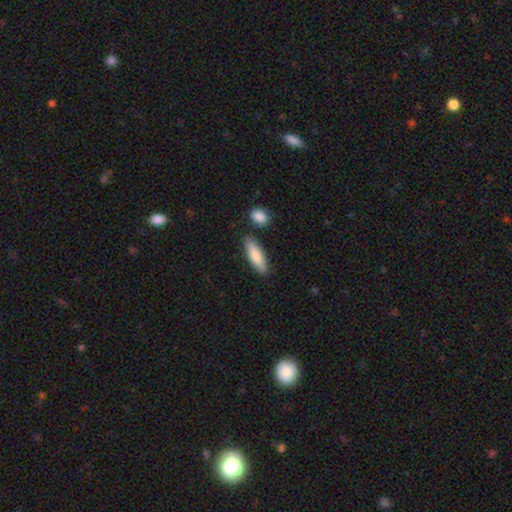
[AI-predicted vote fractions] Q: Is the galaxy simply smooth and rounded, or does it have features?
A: smooth — 83%.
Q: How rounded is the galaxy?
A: in between — 50%.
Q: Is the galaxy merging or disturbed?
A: none — 82%.